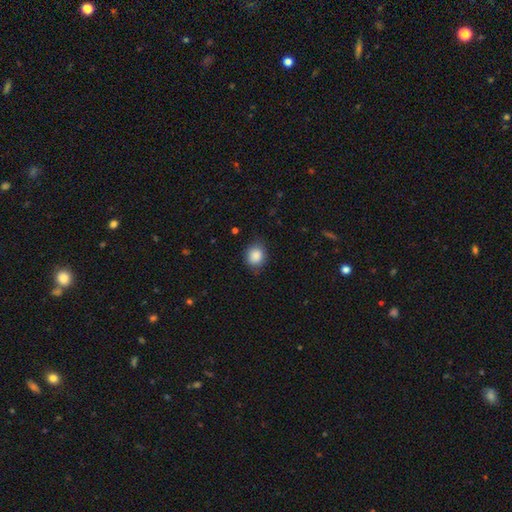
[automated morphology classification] A smooth galaxy with no disk features (87%) that is round (63%). Merging: none (77%).